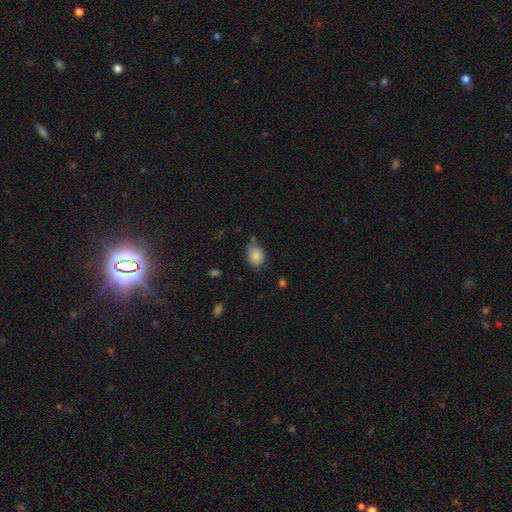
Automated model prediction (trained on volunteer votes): Smooth or featured: smooth — 86% (star or artifact — 9%)
How rounded: in between — 59% (round — 40%)
Merging: none — 62% (minor disturbance — 29%)